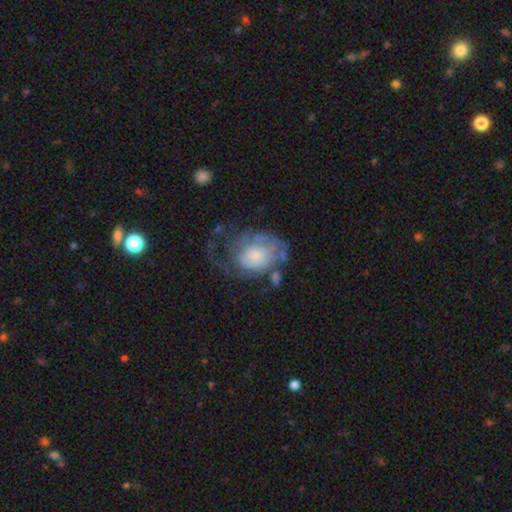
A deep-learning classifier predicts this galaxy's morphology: A featured or disk galaxy (71%) with no bar (77%), tight (48%) spiral arms (77%) and a small central bulge (55%).

Vote fractions:
- Smooth or featured? featured or disk: 71% / smooth: 22% / star or artifact: 7%
- Edge-on disk? no: 97% / yes: 3%
- Bar? no: 77% / weak: 20% / strong: 3%
- Spiral arms? yes: 77% / no: 23%
- Spiral winding? tight: 48% / medium: 33% / loose: 19%
- Spiral arm count? can't tell: 46% / 2: 24% / 1: 12% / 3: 9% / 4: 5% / more than 4: 4%
- Bulge size? small: 55% / moderate: 29% / none: 8% / large: 7% / dominant: 2%
- Merging? major disturbance: 39% / none: 33% / minor disturbance: 22% / merger: 6%